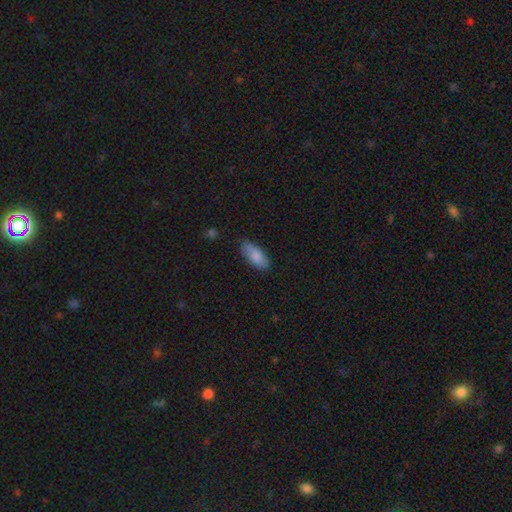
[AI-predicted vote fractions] smooth-or-featured: smooth: 84% | featured or disk: 10% | star or artifact: 6%
  how-rounded: in between: 85% | cigar-shaped: 13% | round: 2%
  merging: none: 82% | minor disturbance: 14% | major disturbance: 3% | merger: 1%